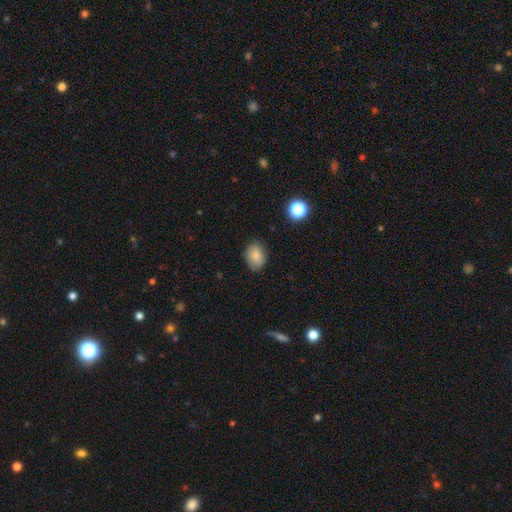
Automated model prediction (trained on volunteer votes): Smooth or featured: smooth — 81% (featured or disk — 10%)
How rounded: in between — 71% (round — 28%)
Merging: none — 80% (minor disturbance — 16%)